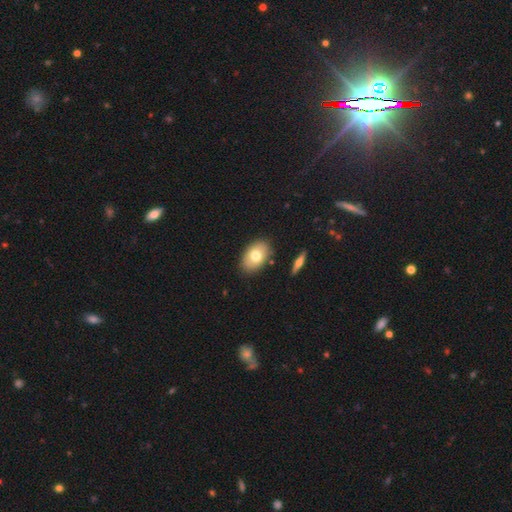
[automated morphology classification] This is likely a smooth galaxy (72%). How rounded: clearly in between (88%). Merging: clearly none (84%).